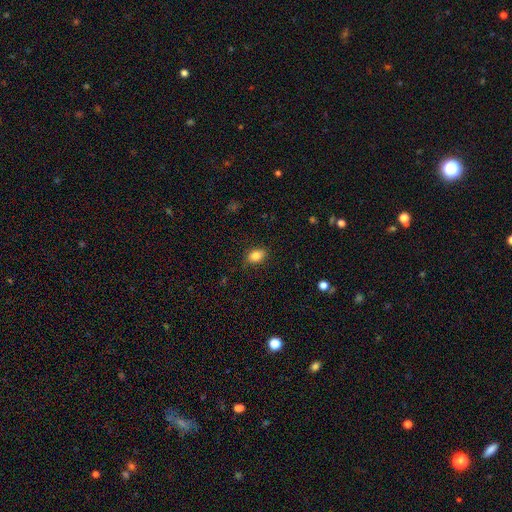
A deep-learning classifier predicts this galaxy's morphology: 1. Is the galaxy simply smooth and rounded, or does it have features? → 84% smooth, 9% star or artifact, 7% featured or disk.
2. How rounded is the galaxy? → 79% in between, 19% round, 2% cigar-shaped.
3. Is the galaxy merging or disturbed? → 85% none, 11% minor disturbance, 3% major disturbance, 1% merger.